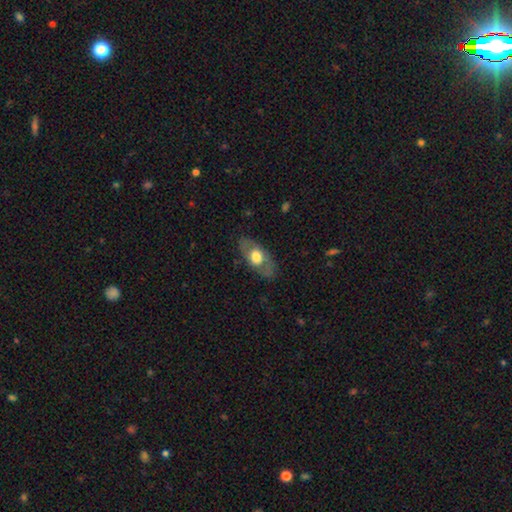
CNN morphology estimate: smooth-or-featured: smooth: 50% | featured or disk: 44% | star or artifact: 5%
  how-rounded: in between: 85% | round: 9% | cigar-shaped: 6%
  merging: none: 78% | minor disturbance: 15% | major disturbance: 6% | merger: 1%